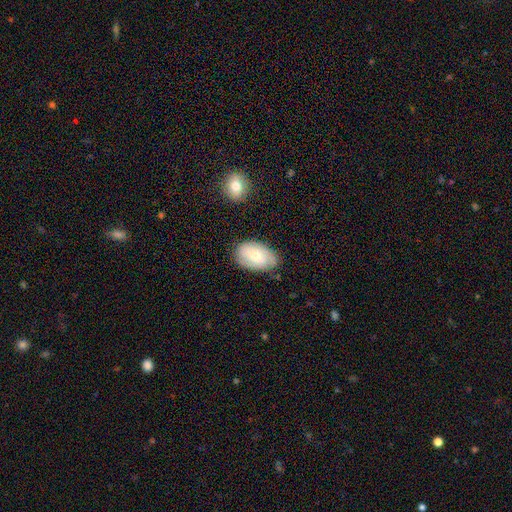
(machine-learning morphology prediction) The model was most divided on "smooth or featured": smooth: 57%, featured or disk: 36%, star or artifact: 7%. More confident: how rounded — in between (89%); merging — none (72%).